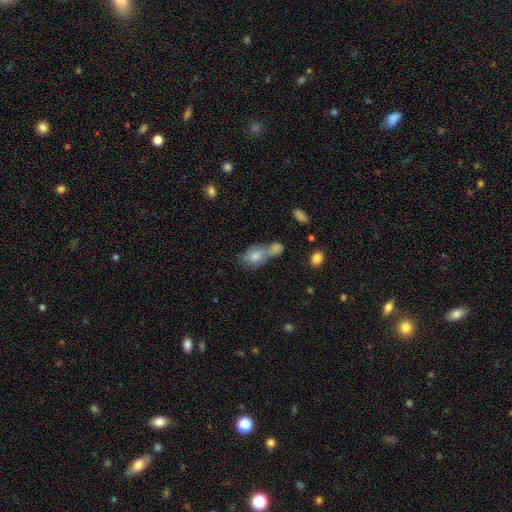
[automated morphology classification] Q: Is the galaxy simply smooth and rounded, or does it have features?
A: smooth — 73%.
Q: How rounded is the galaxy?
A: in between — 74%.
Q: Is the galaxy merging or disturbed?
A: merger — 58%.